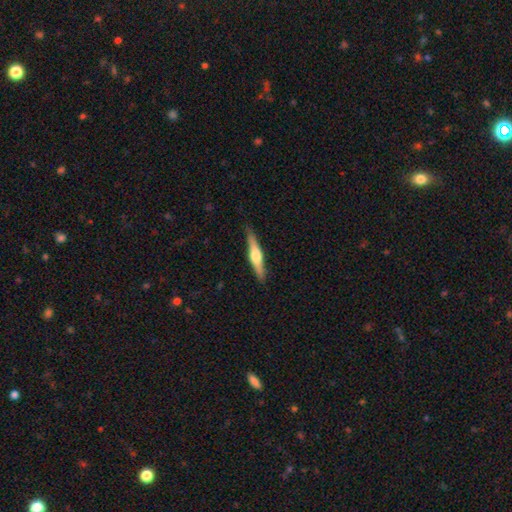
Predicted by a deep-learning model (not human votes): Smooth or featured: featured or disk — 61% (smooth — 34%)
Edge-on disk: yes — 97% (no — 3%)
Edge-on bulge: rounded — 88% (boxy — 7%)
Merging: none — 88% (minor disturbance — 9%)